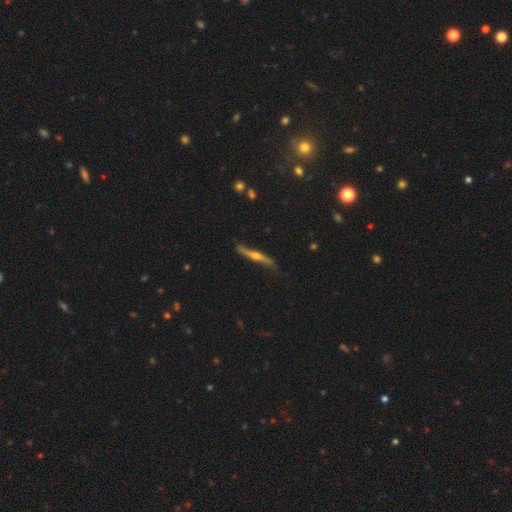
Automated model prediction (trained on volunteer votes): Smooth or featured? Predicted: featured or disk (p=0.74). Edge-on disk? Predicted: yes (p=0.87). Edge-on bulge? Predicted: rounded (p=0.87). Merging? Predicted: none (p=0.72).